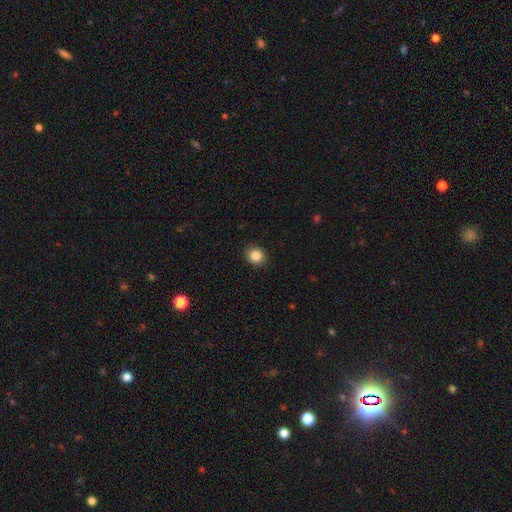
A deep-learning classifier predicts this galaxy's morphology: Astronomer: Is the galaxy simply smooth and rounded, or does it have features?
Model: smooth — 85%.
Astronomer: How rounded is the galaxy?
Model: round — 75%.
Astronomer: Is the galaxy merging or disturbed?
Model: none — 91%.